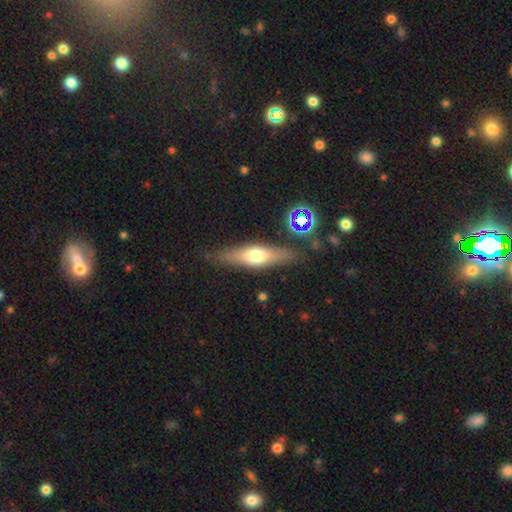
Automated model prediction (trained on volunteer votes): Smooth or featured: smooth — 49% (featured or disk — 43%)
Merging: none — 82% (minor disturbance — 12%)